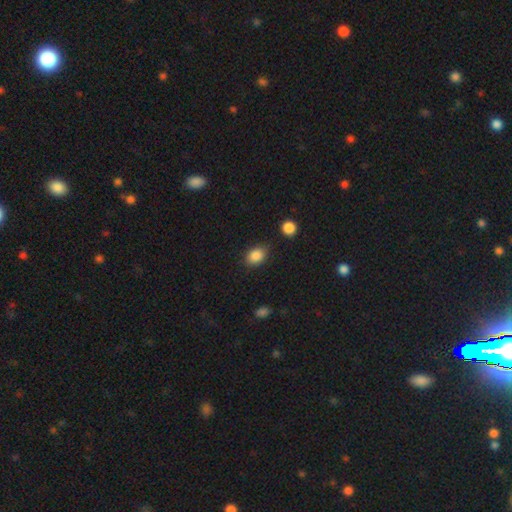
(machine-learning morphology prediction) smooth-or-featured: smooth: 86% | star or artifact: 9% | featured or disk: 5%
  how-rounded: in between: 66% | round: 33% | cigar-shaped: 1%
  merging: none: 82% | minor disturbance: 12% | major disturbance: 3% | merger: 3%